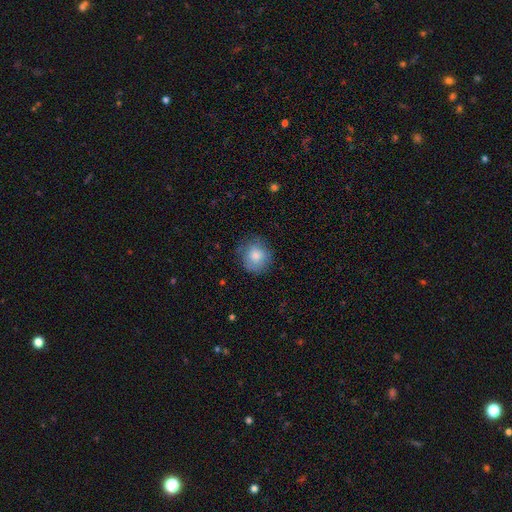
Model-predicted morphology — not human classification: Smooth or featured? Predicted: smooth (p=0.81). How rounded? Predicted: round (p=0.87). Merging? Predicted: none (p=0.76).